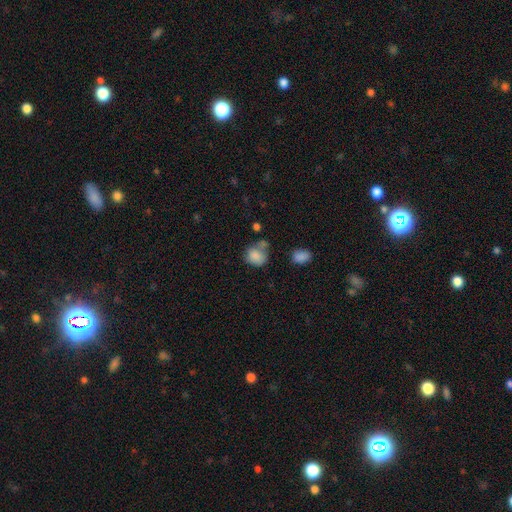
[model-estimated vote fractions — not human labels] Q: Smooth or featured?
A: smooth (82%); runner-up: star or artifact (9%)
Q: How rounded?
A: round (63%); runner-up: in between (36%)
Q: Merging?
A: none (44%); runner-up: minor disturbance (23%)